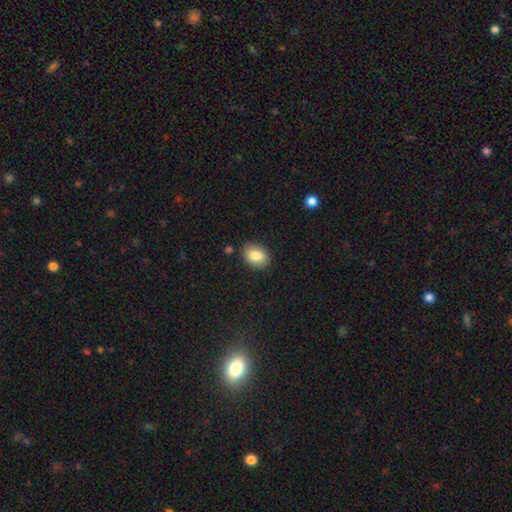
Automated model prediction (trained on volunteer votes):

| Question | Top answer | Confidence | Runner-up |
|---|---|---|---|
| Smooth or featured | smooth | 84% | star or artifact (8%) |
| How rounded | in between | 69% | round (30%) |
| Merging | none | 85% | minor disturbance (10%) |